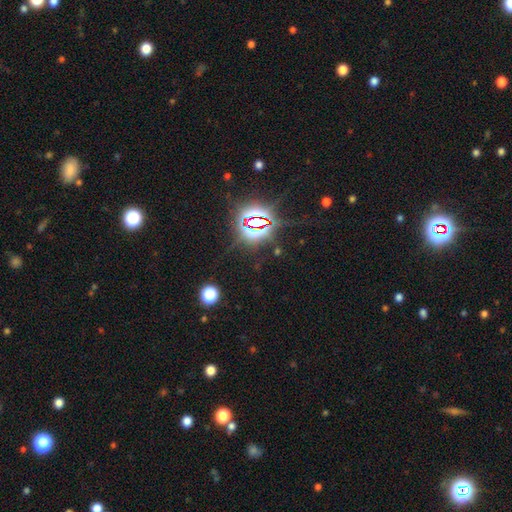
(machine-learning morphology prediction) type=star or artifact (85%).